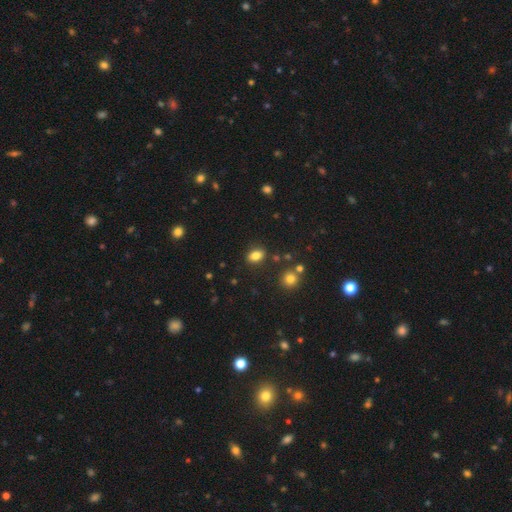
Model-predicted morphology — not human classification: Overall: smooth (83%). How rounded: in between (82%). Merging: none (84%).